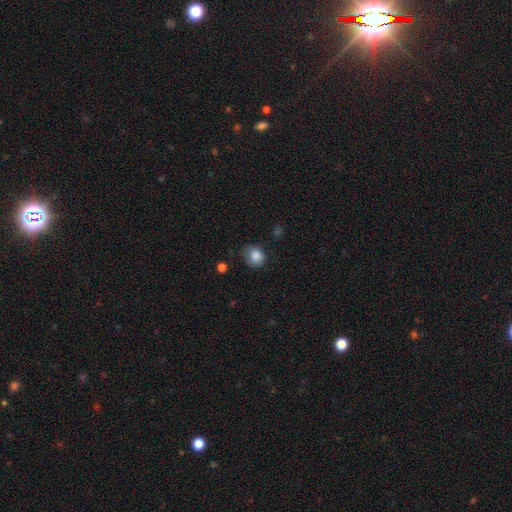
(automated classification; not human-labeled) smooth 85%, star or artifact 9%, featured or disk 6%. Down the decision tree: how rounded — round (79%); merging — none (67%).